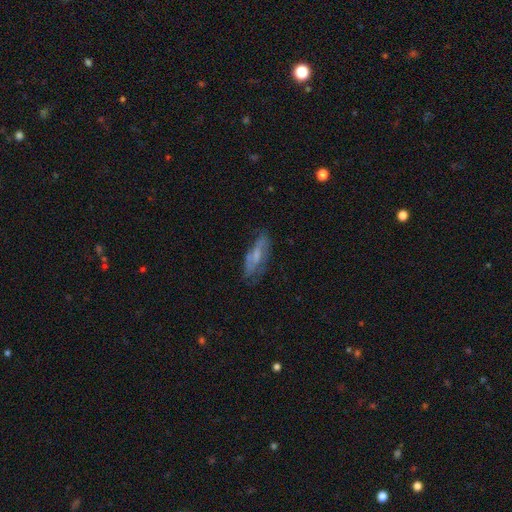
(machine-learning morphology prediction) Q: Smooth or featured?
A: featured or disk (54%); runner-up: smooth (37%)
Q: Edge-on disk?
A: no (77%); runner-up: yes (23%)
Q: Merging?
A: none (60%); runner-up: minor disturbance (25%)